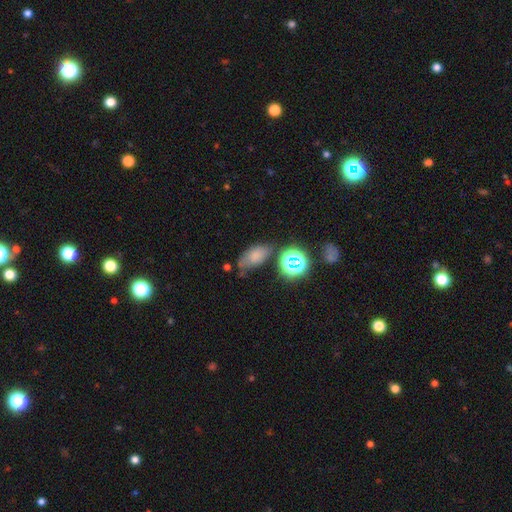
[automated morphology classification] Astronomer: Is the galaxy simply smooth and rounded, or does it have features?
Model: smooth — 66%.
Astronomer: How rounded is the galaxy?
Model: in between — 84%.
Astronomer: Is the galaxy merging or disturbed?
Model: none — 55%.